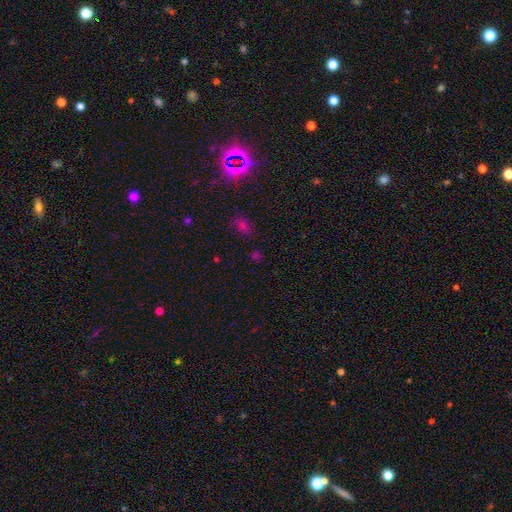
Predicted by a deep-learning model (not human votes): Smooth or featured?
  - smooth: 51% *
  - star or artifact: 43%
  - featured or disk: 6%
How rounded?
  - round: 57% *
  - in between: 40%
  - cigar-shaped: 3%
Merging?
  - none: 77% *
  - minor disturbance: 12%
  - merger: 6%
  - major disturbance: 5%